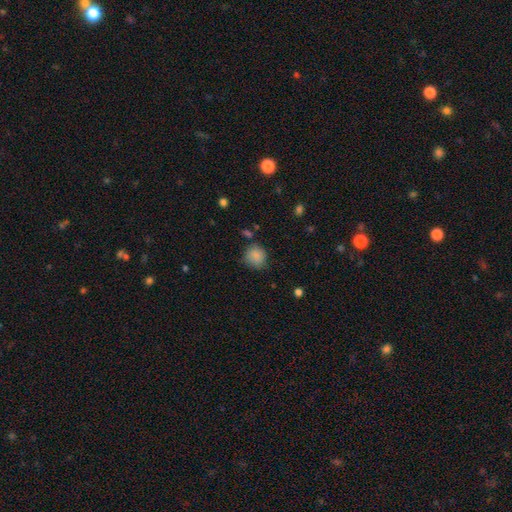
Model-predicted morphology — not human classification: The model was most divided on "merging": none: 70%, minor disturbance: 21%, major disturbance: 5%, merger: 3%. More confident: smooth or featured — smooth (85%); how rounded — round (82%).